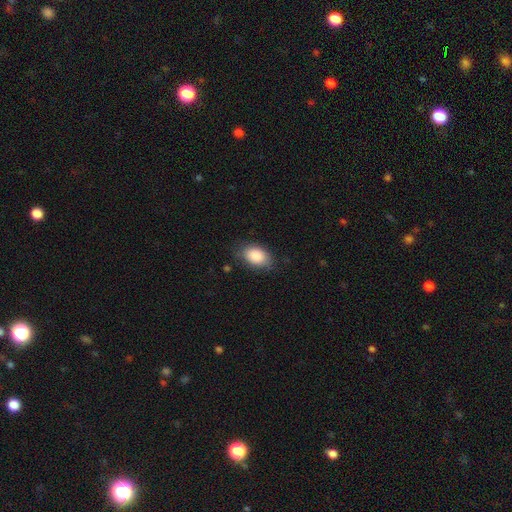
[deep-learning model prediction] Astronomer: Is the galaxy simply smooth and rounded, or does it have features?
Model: smooth — 87%.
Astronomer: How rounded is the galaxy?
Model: in between — 88%.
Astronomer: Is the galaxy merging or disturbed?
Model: none — 76%.